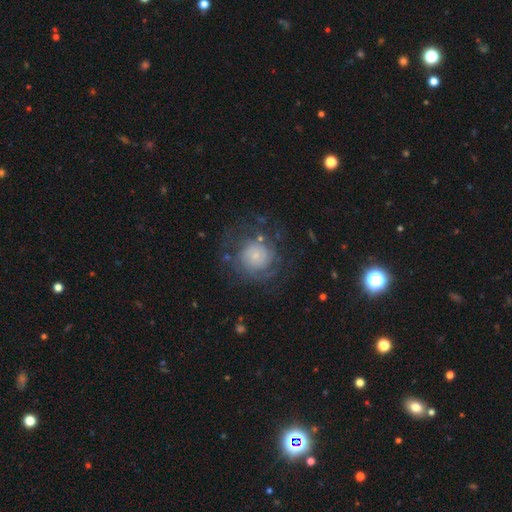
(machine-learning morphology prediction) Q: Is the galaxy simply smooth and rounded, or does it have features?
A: featured or disk — 67%.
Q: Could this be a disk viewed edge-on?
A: no — 98%.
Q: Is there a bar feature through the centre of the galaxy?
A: no — 80%.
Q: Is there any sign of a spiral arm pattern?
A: yes — 88%.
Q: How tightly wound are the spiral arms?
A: tight — 63%.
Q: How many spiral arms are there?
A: can't tell — 46%.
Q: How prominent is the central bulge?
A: small — 64%.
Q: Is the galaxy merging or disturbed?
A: none — 65%.